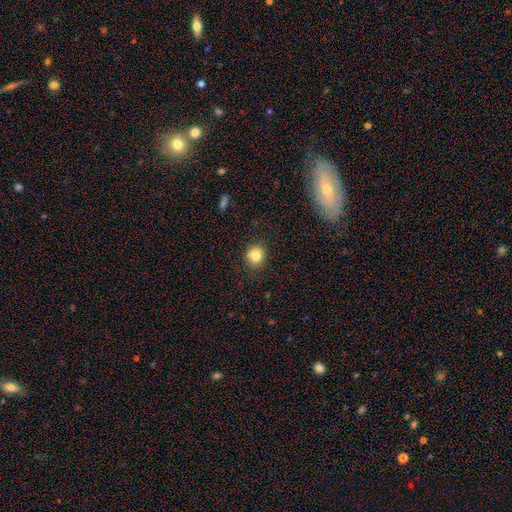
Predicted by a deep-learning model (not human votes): The model was most divided on "how rounded": round: 82%, in between: 17%, cigar-shaped: 1%. More confident: merging — none (84%); smooth or featured — smooth (79%).